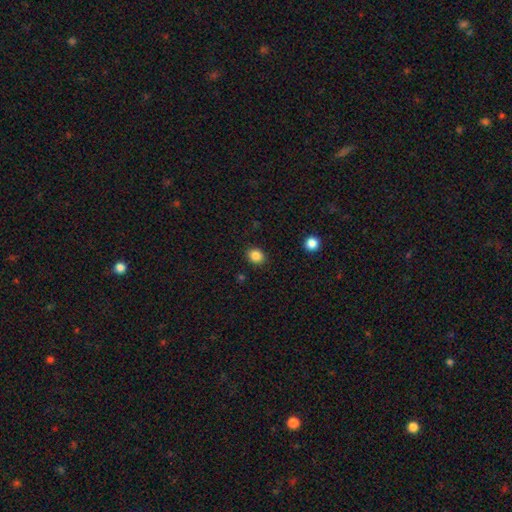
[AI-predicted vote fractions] Overall: smooth (85%). How rounded: round (65%; in between 34%). Merging: none (89%).